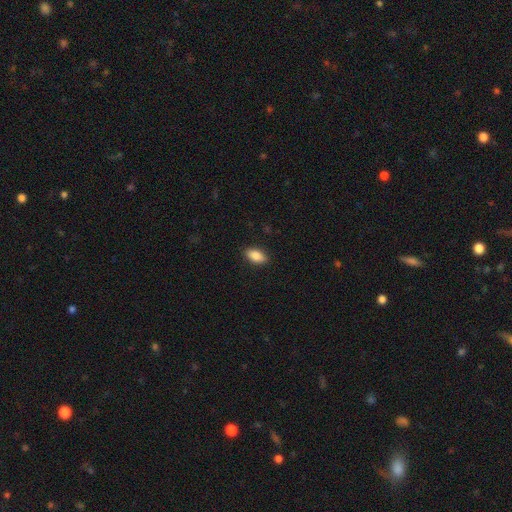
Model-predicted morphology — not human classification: This is clearly a smooth galaxy (86%). How rounded: clearly in between (91%). Merging: clearly none (89%).